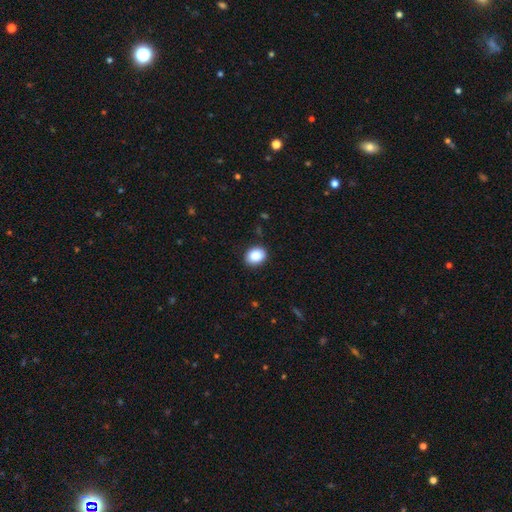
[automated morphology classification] The model was most divided on "how rounded": in between: 63%, round: 36%, cigar-shaped: 1%. More confident: smooth or featured — smooth (89%); merging — none (87%).